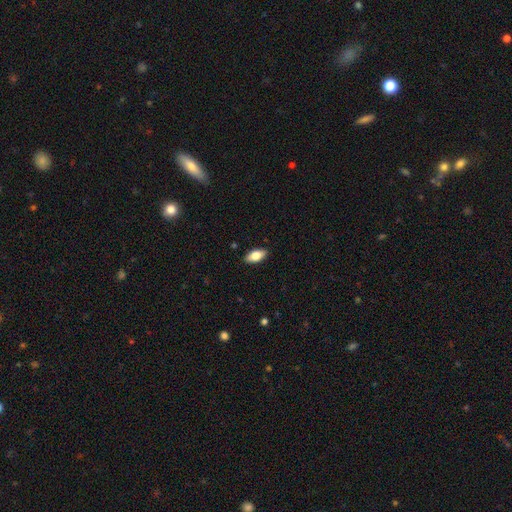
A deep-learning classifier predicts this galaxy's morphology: Q: Smooth or featured?
A: smooth (79%); runner-up: featured or disk (15%)
Q: How rounded?
A: in between (89%); runner-up: cigar-shaped (8%)
Q: Merging?
A: none (90%); runner-up: minor disturbance (8%)